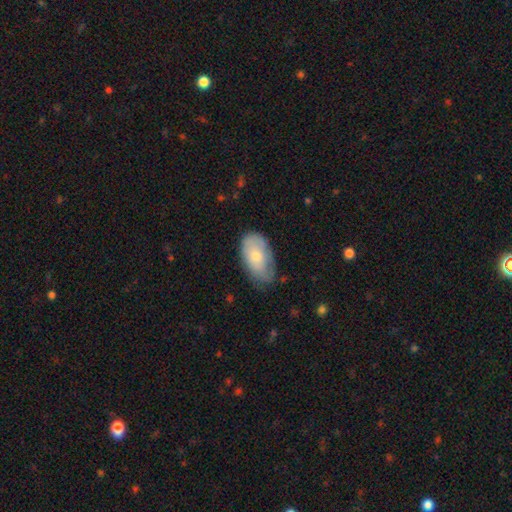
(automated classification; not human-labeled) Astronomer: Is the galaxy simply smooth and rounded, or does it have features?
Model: smooth — 71%.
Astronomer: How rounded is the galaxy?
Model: in between — 94%.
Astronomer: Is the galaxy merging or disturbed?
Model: none — 57% (runner-up: minor disturbance, 33%).